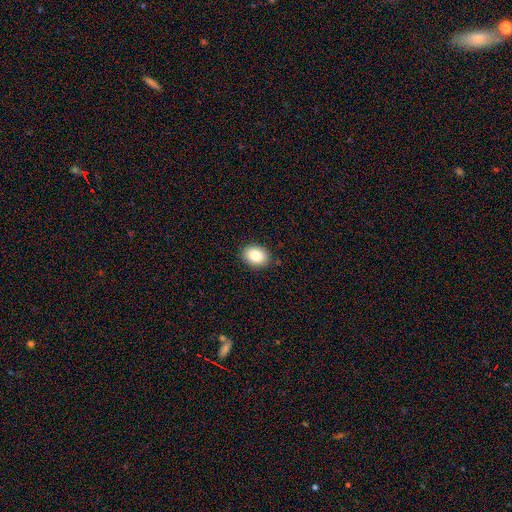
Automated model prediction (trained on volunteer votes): Smooth or featured? Predicted: smooth (p=0.86). How rounded? Predicted: in between (p=0.71). Merging? Predicted: none (p=0.88).